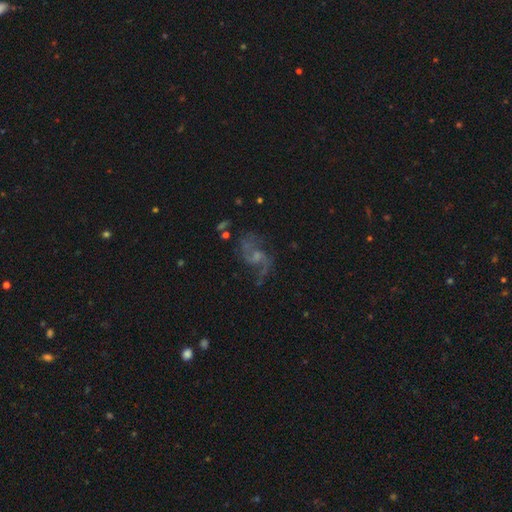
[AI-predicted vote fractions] A featured or disk galaxy (80%) with no bar (49%), 2 (84%) loose (60%) spiral arms (93%) and a small central bulge (50%). Merging: none (61%).